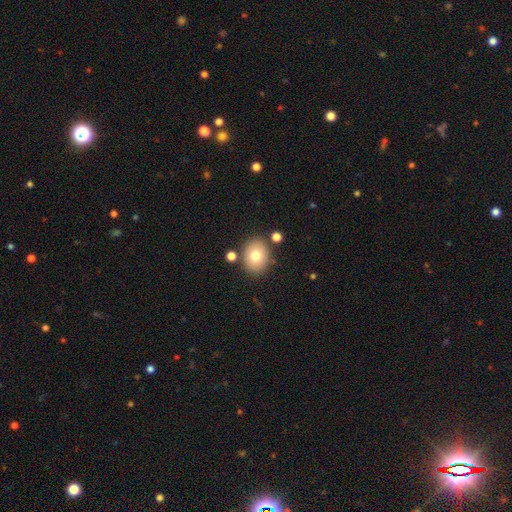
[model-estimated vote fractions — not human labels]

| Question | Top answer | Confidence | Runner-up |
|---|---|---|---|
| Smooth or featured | smooth | 76% | featured or disk (15%) |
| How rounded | in between | 50% | round (49%) |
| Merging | none | 81% | minor disturbance (10%) |